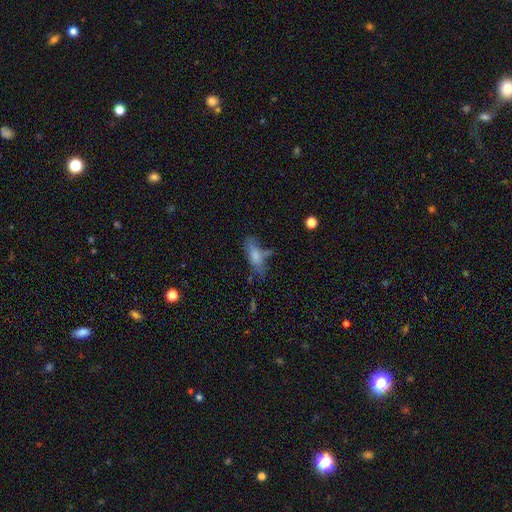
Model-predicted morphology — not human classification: Smooth or featured?
  - smooth: 70% *
  - featured or disk: 21%
  - star or artifact: 9%
How rounded?
  - in between: 64% *
  - cigar-shaped: 33%
  - round: 3%
Merging?
  - none: 42% *
  - minor disturbance: 26%
  - major disturbance: 17%
  - merger: 15%